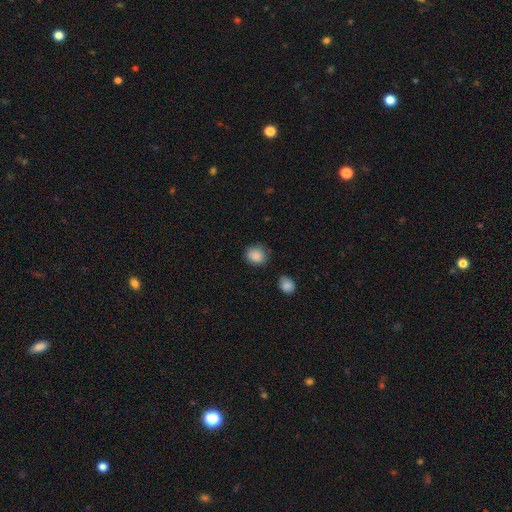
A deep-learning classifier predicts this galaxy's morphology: The model was most divided on "how rounded": round: 70%, in between: 29%, cigar-shaped: 1%. More confident: smooth or featured — smooth (88%); merging — none (77%).